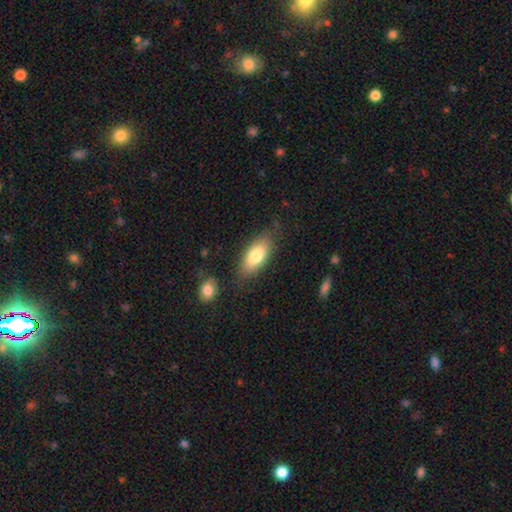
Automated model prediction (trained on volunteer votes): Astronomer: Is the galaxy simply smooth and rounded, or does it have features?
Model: smooth — 78%.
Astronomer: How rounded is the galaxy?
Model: in between — 84%.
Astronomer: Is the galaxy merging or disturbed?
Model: none — 77%.